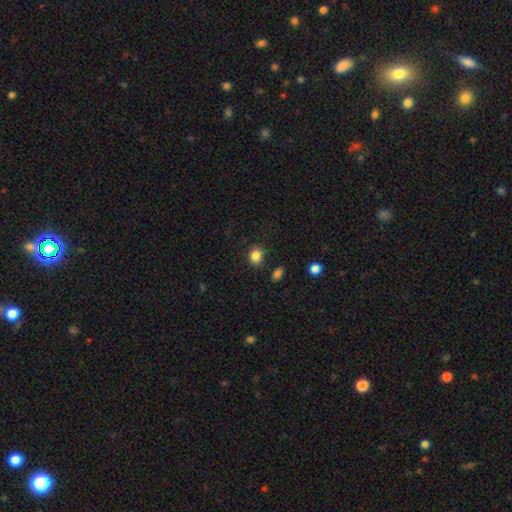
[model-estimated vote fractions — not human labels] Q: Smooth or featured?
A: smooth (85%); runner-up: star or artifact (10%)
Q: How rounded?
A: round (57%); runner-up: in between (42%)
Q: Merging?
A: none (83%); runner-up: minor disturbance (11%)